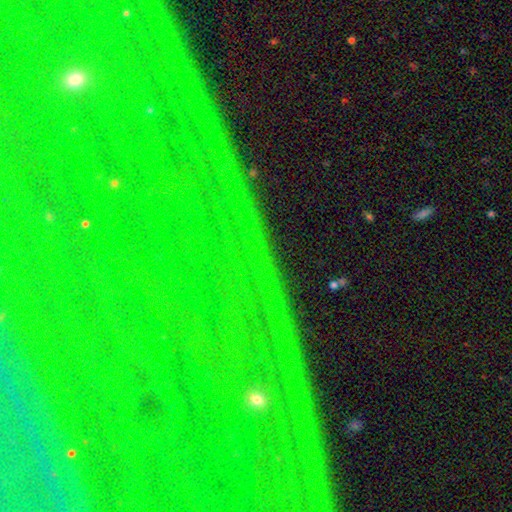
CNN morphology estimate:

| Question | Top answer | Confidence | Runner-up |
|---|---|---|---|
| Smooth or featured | star or artifact | 86% | featured or disk (8%) |